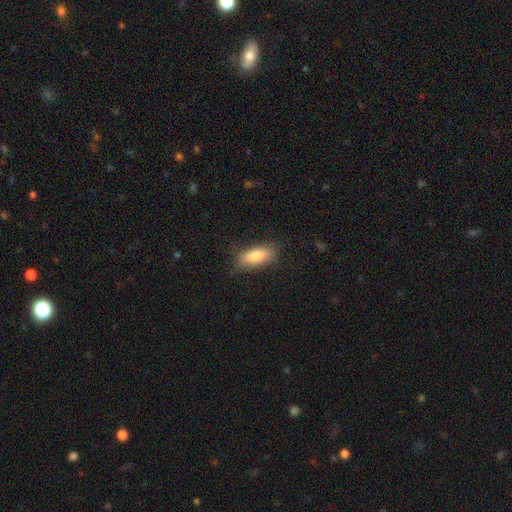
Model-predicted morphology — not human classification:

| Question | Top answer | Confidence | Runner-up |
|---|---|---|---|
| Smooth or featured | smooth | 83% | featured or disk (10%) |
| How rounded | in between | 80% | cigar-shaped (17%) |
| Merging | none | 79% | minor disturbance (16%) |